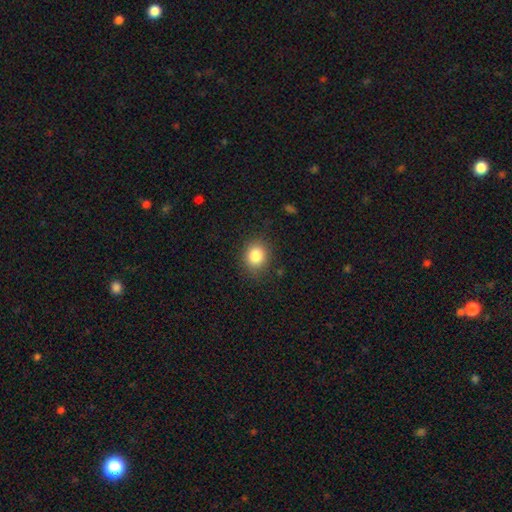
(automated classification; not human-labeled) A smooth galaxy with no disk features (84%) that is round (72%). Merging: none (83%).